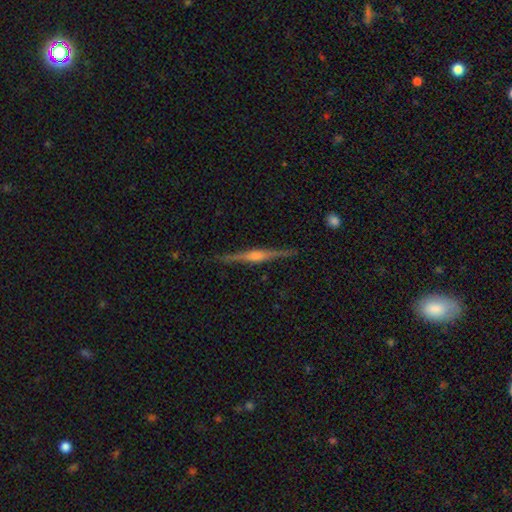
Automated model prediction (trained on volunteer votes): Smooth or featured?
  - featured or disk: 85% *
  - smooth: 9%
  - star or artifact: 6%
Edge-on disk?
  - yes: 98% *
  - no: 2%
Edge-on bulge?
  - rounded: 84% *
  - boxy: 9%
  - none: 7%
Merging?
  - none: 92% *
  - minor disturbance: 6%
  - major disturbance: 1%
  - merger: 1%